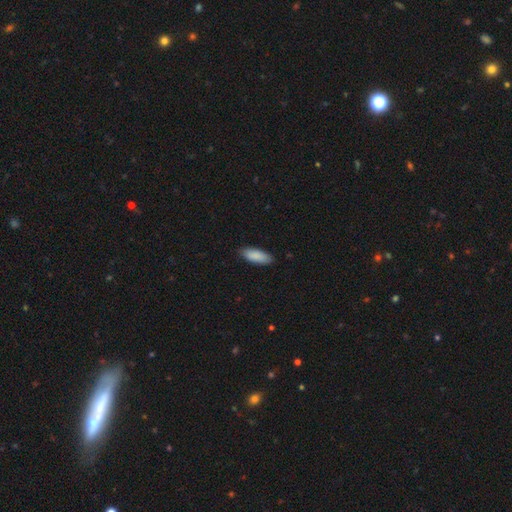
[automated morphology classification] This is clearly a smooth galaxy (89%). How rounded: likely in between (73%). Merging: clearly none (85%).